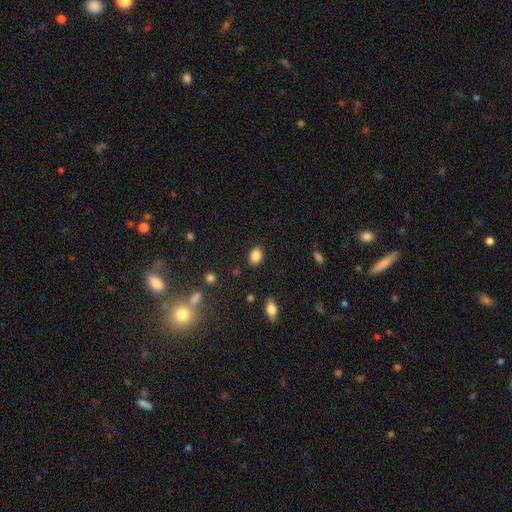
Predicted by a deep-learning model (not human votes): Morphology: type=smooth (86%); roundness=in between (79%); merging=none (86%).